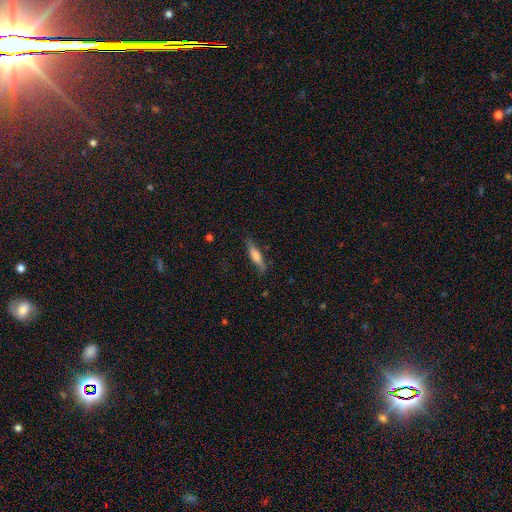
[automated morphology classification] A smooth galaxy with no disk features (54%) that is cigar-shaped (83%). Merging: none (79%).